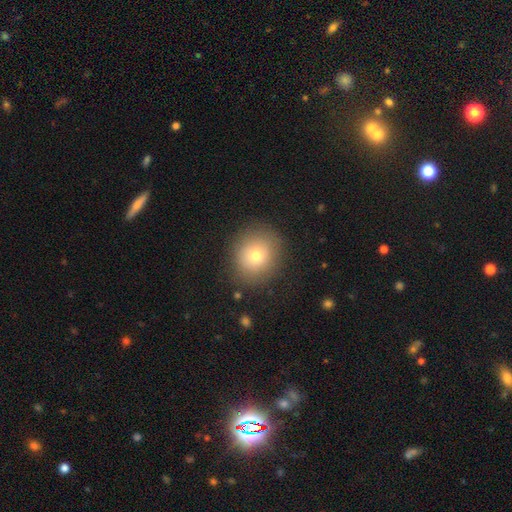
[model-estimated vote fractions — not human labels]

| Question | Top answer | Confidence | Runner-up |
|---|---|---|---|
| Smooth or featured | smooth | 75% | featured or disk (13%) |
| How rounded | round | 79% | in between (20%) |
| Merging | none | 85% | minor disturbance (10%) |